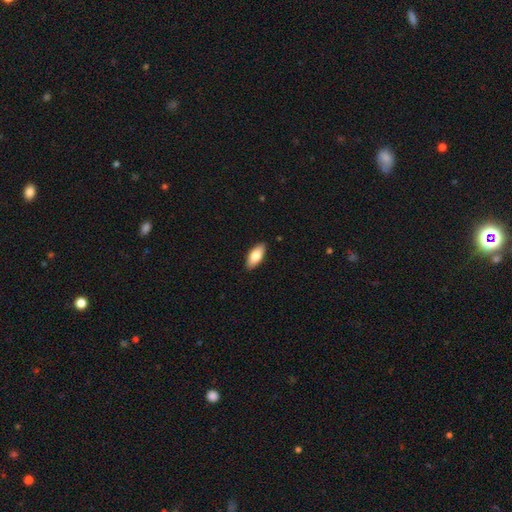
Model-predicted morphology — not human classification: The model was most divided on "smooth or featured": smooth: 78%, featured or disk: 16%, star or artifact: 6%. More confident: merging — none (90%); how rounded — in between (85%).